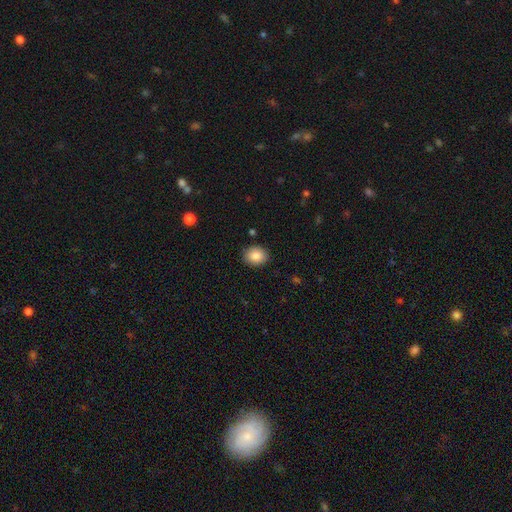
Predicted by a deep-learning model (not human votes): This appears to be a smooth galaxy with no disk features (87%) that is round (53%). Merging: none (88%).